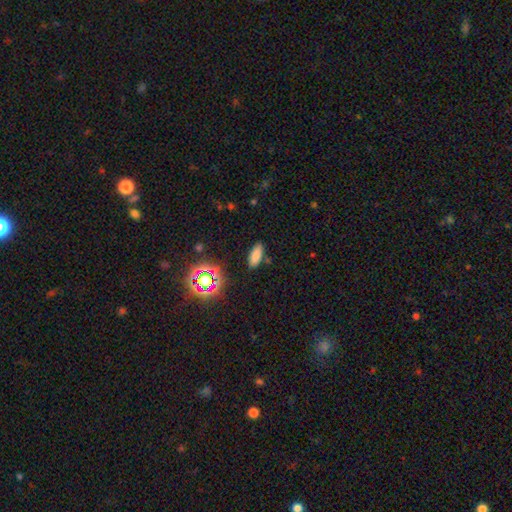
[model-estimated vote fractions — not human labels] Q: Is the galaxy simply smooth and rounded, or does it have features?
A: smooth — 77%.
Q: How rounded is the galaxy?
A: in between — 78%.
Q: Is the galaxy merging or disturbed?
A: none — 85%.